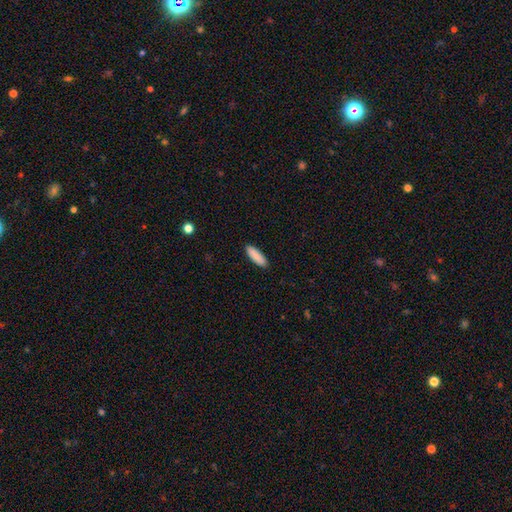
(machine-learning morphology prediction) This is clearly a smooth galaxy (90%). How rounded: possibly cigar-shaped (49%, tied with in between). Merging: clearly none (90%).